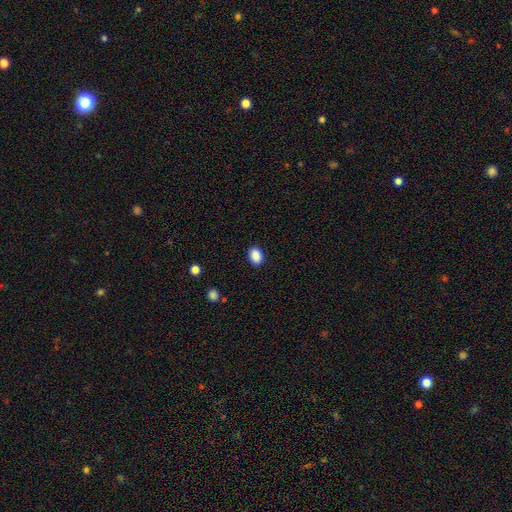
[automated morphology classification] This appears to be a smooth galaxy with no disk features (89%) that is in between round and cigar-shaped (74%). Merging: none (89%).